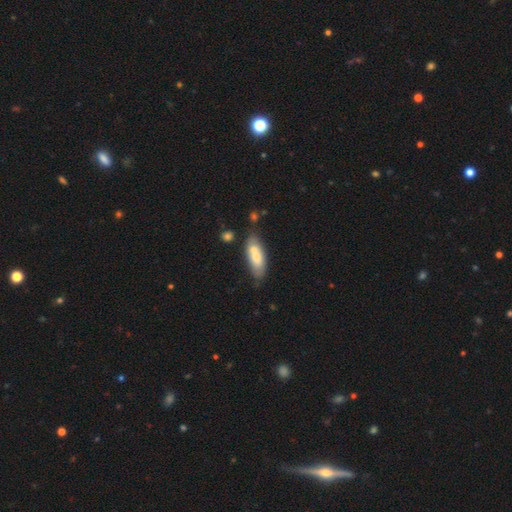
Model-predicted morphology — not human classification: Q: Smooth or featured?
A: smooth (65%); runner-up: featured or disk (29%)
Q: How rounded?
A: in between (71%); runner-up: cigar-shaped (27%)
Q: Merging?
A: none (53%); runner-up: merger (26%)